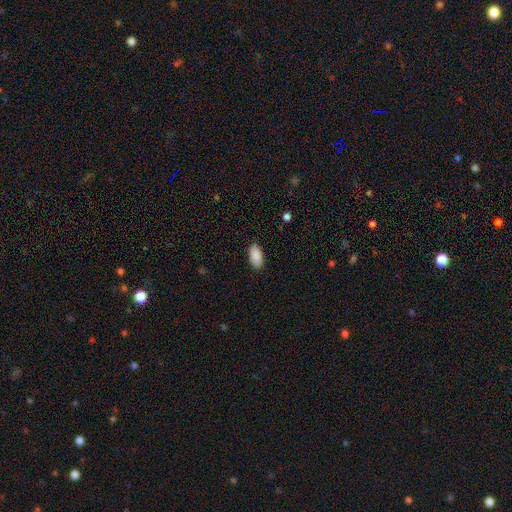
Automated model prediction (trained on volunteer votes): This is clearly a smooth galaxy (90%). How rounded: clearly in between (94%). Merging: clearly none (88%).